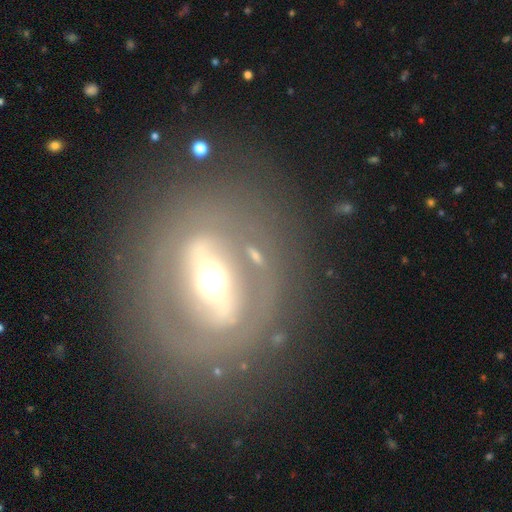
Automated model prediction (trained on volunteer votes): The model was most divided on "spiral arms": no: 69%, yes: 31%. More confident: edge-on disk — no (80%); merging — none (79%); smooth or featured — featured or disk (78%); bar — strong (71%); bulge size — moderate (63%).